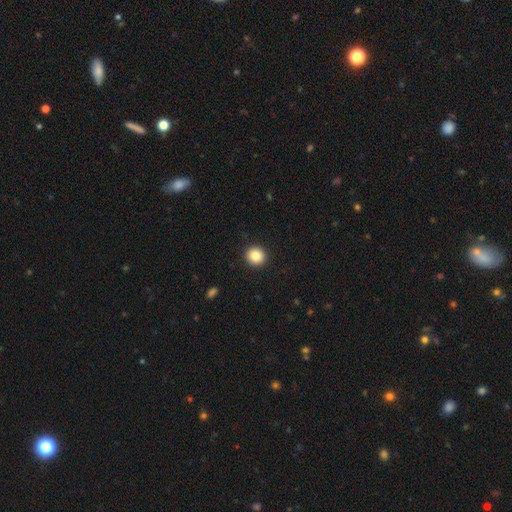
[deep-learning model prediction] smooth_or_featured: smooth (p=0.84) [alt: star or artifact p=0.09]
how_rounded: round (p=0.93) [alt: in between p=0.06]
merging: none (p=0.93) [alt: minor disturbance p=0.05]